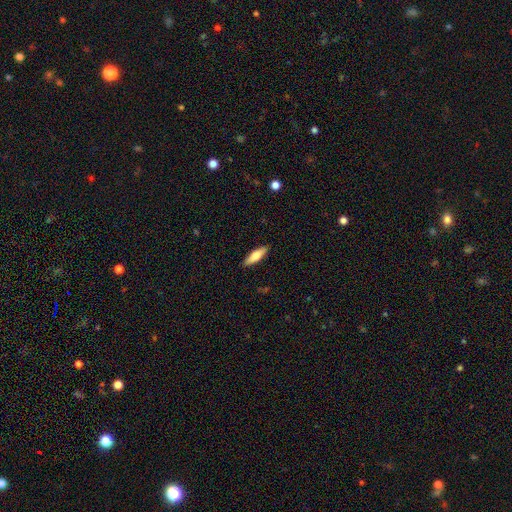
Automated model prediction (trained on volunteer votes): Smooth or featured? smooth (66%)
How rounded? cigar-shaped (55%)
Merging? none (89%)